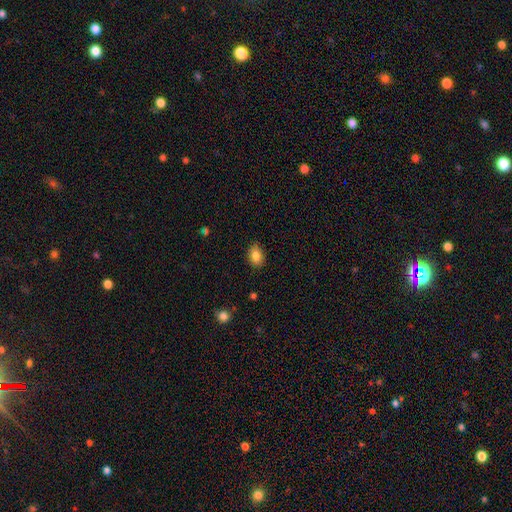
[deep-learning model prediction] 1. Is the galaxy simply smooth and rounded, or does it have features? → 85% smooth, 9% star or artifact, 6% featured or disk.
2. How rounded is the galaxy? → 79% in between, 20% round, 1% cigar-shaped.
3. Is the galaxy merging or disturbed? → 84% none, 12% minor disturbance, 2% major disturbance, 1% merger.